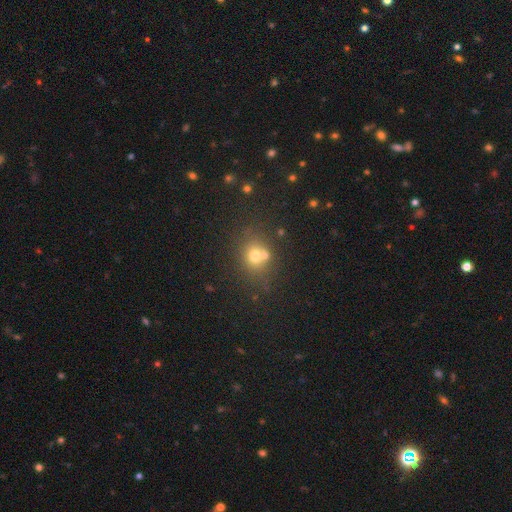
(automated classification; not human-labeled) smooth-or-featured: smooth: 67% | star or artifact: 19% | featured or disk: 14%
  how-rounded: round: 71% | in between: 27% | cigar-shaped: 1%
  merging: none: 58% | merger: 27% | minor disturbance: 10% | major disturbance: 4%